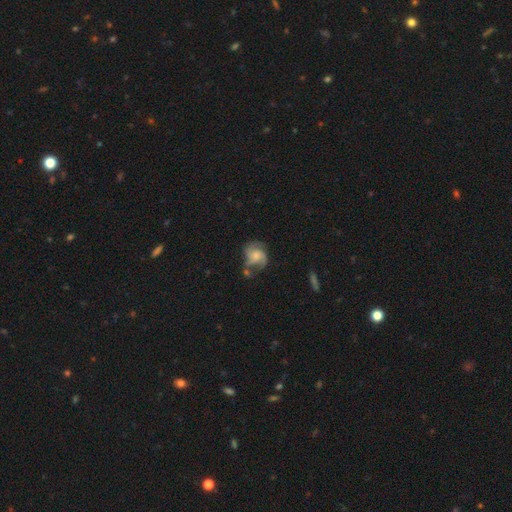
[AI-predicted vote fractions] smooth-or-featured: featured or disk: 71% | smooth: 22% | star or artifact: 7%
  disk-edge-on: no: 98% | yes: 2%
    bar: no: 67% | weak: 28% | strong: 5%
    has-spiral-arms: yes: 92% | no: 8%
      spiral-winding: medium: 50% | tight: 26% | loose: 24%
      spiral-arm-count: 2: 40% | 3: 36% | can't tell: 12% | 4: 4% | 1: 4% | more than 4: 3%
    bulge-size: small: 40% (tied) | moderate: 40% (tied) | none: 11% | large: 7% | dominant: 2%
  merging: none: 48% | minor disturbance: 23% | major disturbance: 18% | merger: 11%